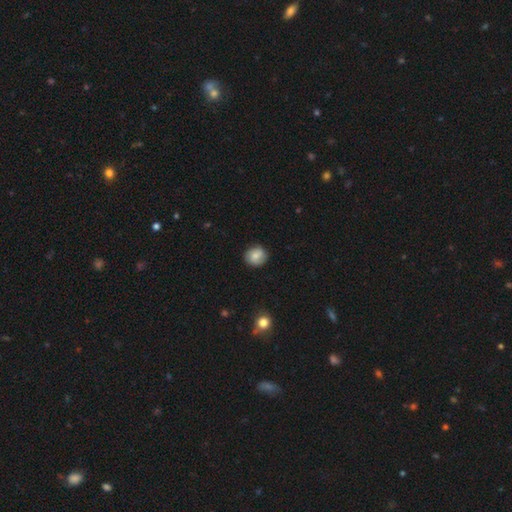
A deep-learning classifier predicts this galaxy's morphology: smooth-or-featured: smooth: 77% | featured or disk: 15% | star or artifact: 8%
  how-rounded: round: 84% | in between: 15% | cigar-shaped: 1%
  merging: none: 85% | minor disturbance: 11% | major disturbance: 3% | merger: 1%